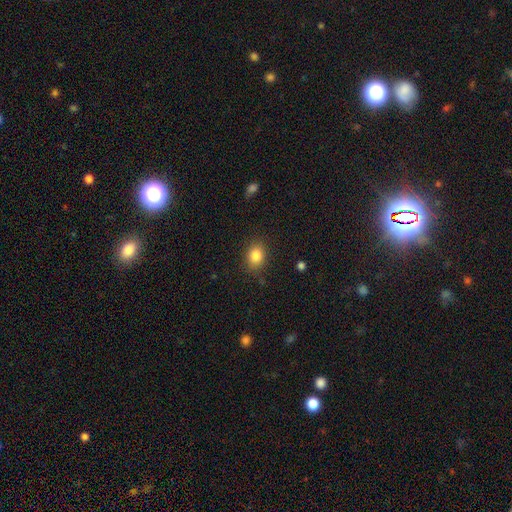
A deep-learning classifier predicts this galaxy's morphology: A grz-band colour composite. It shows a smooth galaxy with no disk features (85%) that is in between round and cigar-shaped (57%). Merging: none (83%).